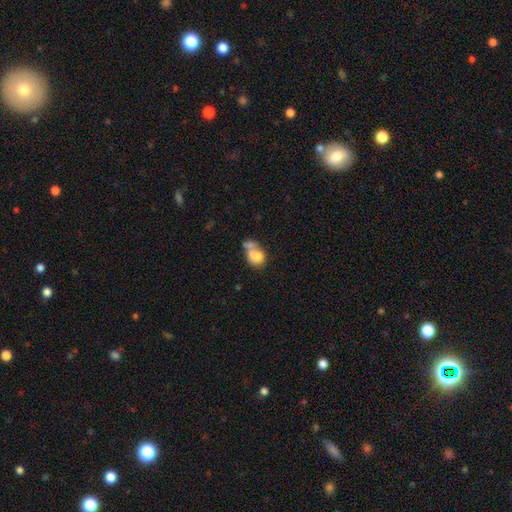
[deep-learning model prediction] A smooth galaxy with no disk features (69%) that is in between round and cigar-shaped (57%). Merging: merger (62%).